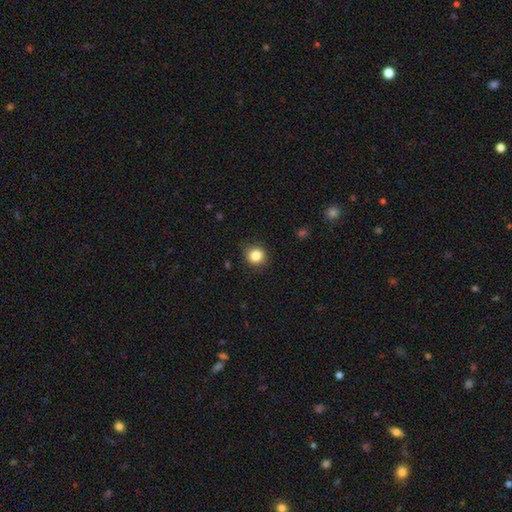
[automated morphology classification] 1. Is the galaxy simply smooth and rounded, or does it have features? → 84% smooth, 11% star or artifact, 5% featured or disk.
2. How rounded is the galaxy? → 85% round, 14% in between, 1% cigar-shaped.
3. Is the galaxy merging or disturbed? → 87% none, 10% minor disturbance, 3% major disturbance, 1% merger.